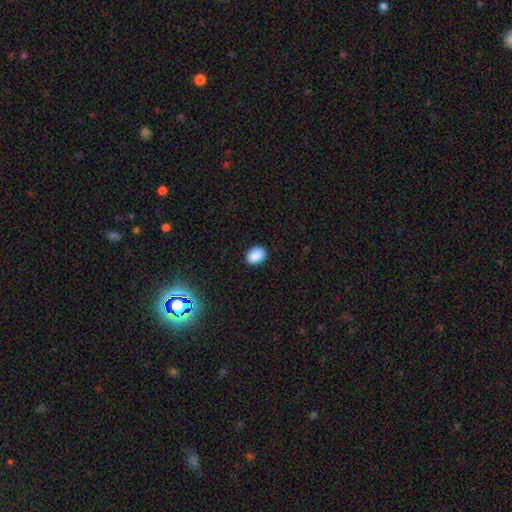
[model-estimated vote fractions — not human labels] smooth 88%, star or artifact 9%, featured or disk 3%. Down the decision tree: how rounded — in between (75%); merging — none (88%).